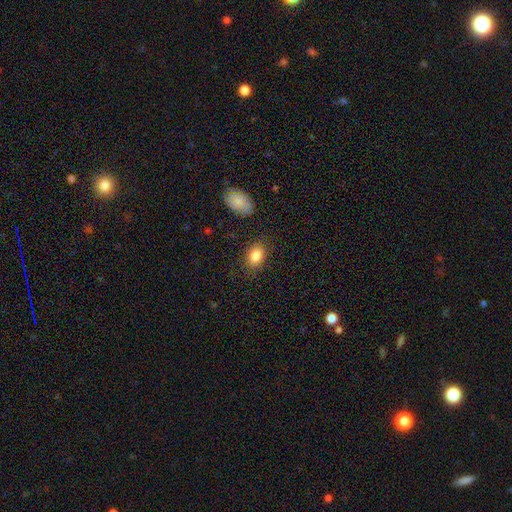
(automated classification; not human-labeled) smooth_or_featured: smooth (p=0.85) [alt: star or artifact p=0.08]
how_rounded: in between (p=0.77) [alt: round p=0.22]
merging: none (p=0.82) [alt: minor disturbance p=0.12]